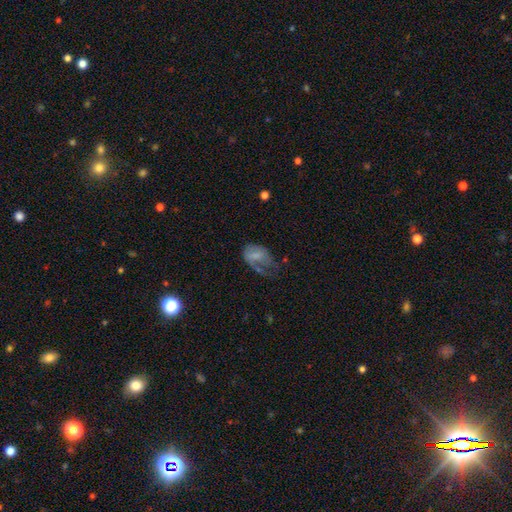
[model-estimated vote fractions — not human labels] A smooth galaxy with no disk features (60%) that is in between round and cigar-shaped (86%). Merging: major disturbance (48%).